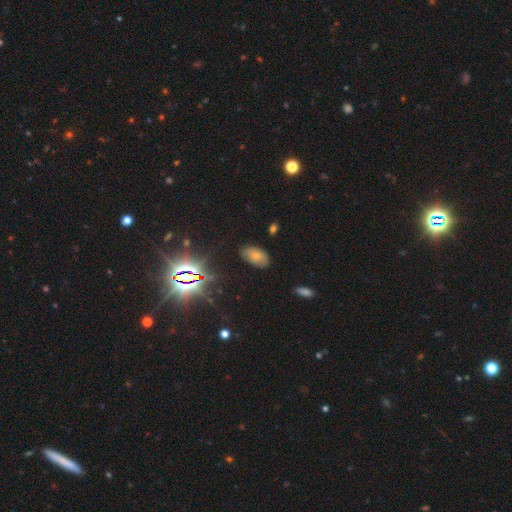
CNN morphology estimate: smooth_or_featured: smooth (p=0.62) [alt: star or artifact p=0.19]
how_rounded: in between (p=0.92) [alt: round p=0.07]
merging: none (p=0.76) [alt: minor disturbance p=0.18]